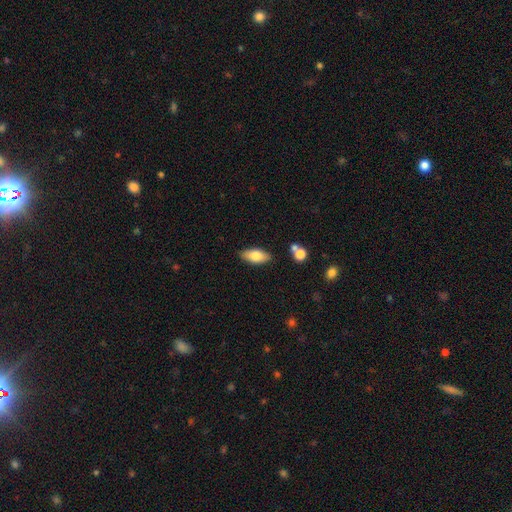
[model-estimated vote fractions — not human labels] A smooth galaxy with no disk features (77%) that is in between round and cigar-shaped (87%). Merging: none (85%).